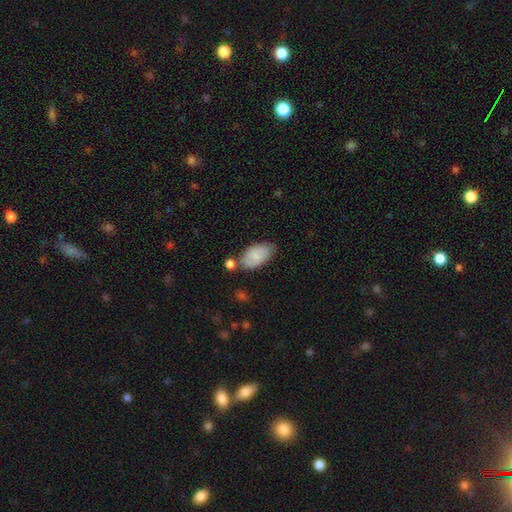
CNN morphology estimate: Smooth or featured?
  - smooth: 80% *
  - featured or disk: 14%
  - star or artifact: 6%
How rounded?
  - in between: 95% *
  - round: 3%
  - cigar-shaped: 2%
Merging?
  - none: 60% *
  - minor disturbance: 23%
  - merger: 13%
  - major disturbance: 5%